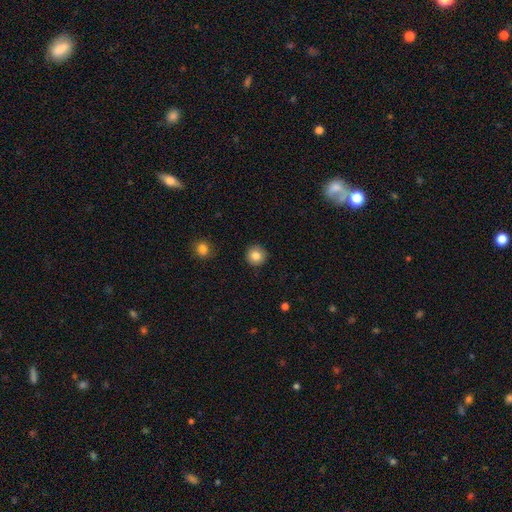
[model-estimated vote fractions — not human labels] This is clearly a smooth galaxy (83%). How rounded: clearly round (95%). Merging: clearly none (92%).